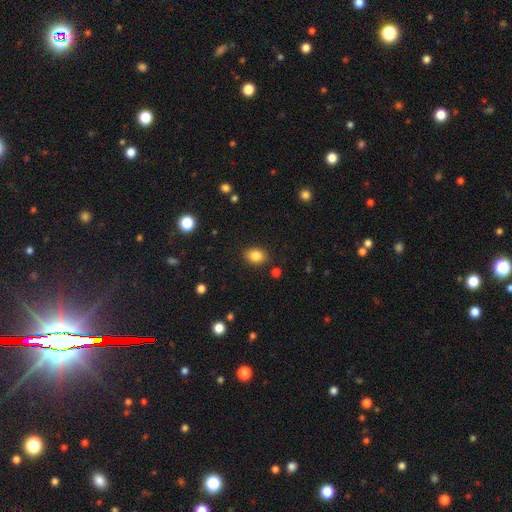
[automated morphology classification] A smooth galaxy with no disk features (85%) that is in between round and cigar-shaped (68%). Merging: none (87%).